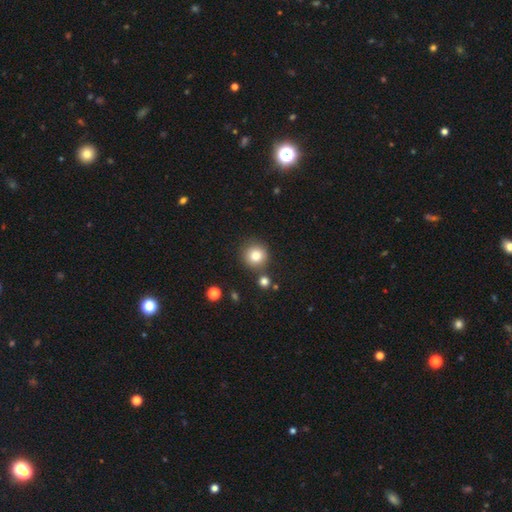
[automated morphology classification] This appears to be a smooth galaxy with no disk features (83%) that is round (92%). Merging: none (80%).